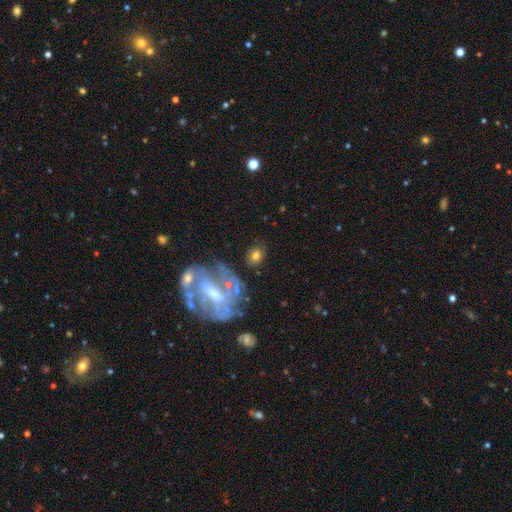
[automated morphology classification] This is likely a smooth galaxy (62%). How rounded: possibly round (51%). Merging: likely none (69%).